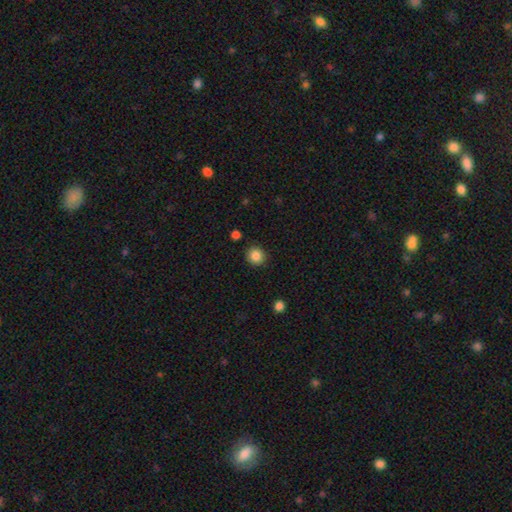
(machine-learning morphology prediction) A smooth galaxy with no disk features (86%) that is round (89%).

Vote fractions:
- Smooth or featured? smooth: 86% / star or artifact: 10% / featured or disk: 4%
- How rounded? round: 89% / in between: 10% / cigar-shaped: 1%
- Merging? none: 89% / minor disturbance: 7% / major disturbance: 2% / merger: 2%